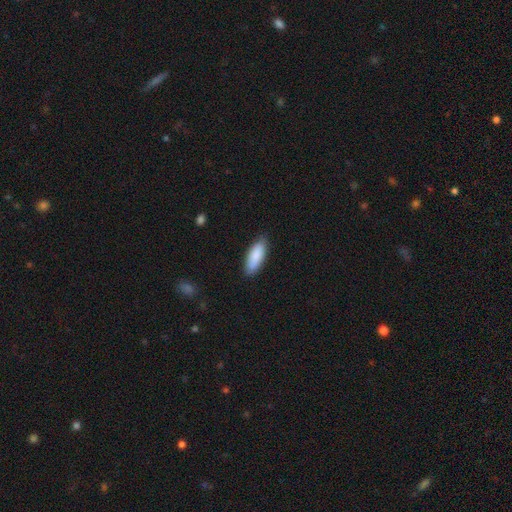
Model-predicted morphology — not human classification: Smooth or featured: smooth — 86% (featured or disk — 8%)
How rounded: in between — 73% (cigar-shaped — 25%)
Merging: none — 83% (minor disturbance — 14%)